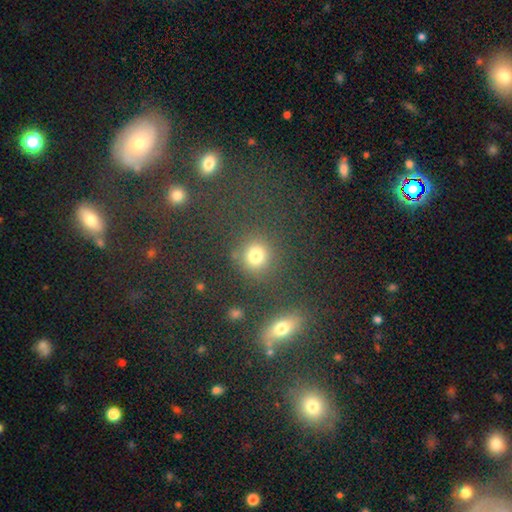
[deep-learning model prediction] This appears to be a smooth galaxy with no disk features (75%) that is round (85%). Merging: none (76%).